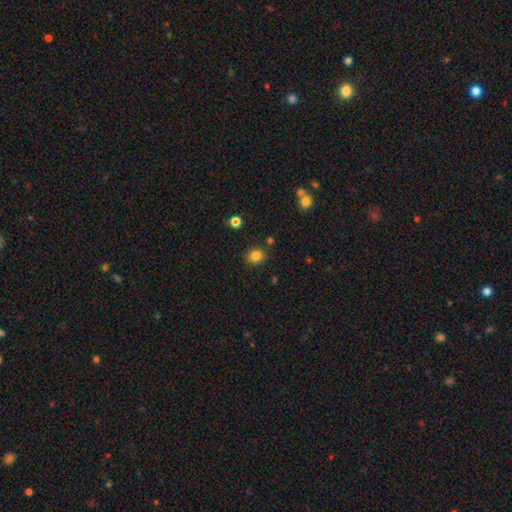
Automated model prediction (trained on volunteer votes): A smooth galaxy with no disk features (83%) that is round (64%). Merging: none (84%).